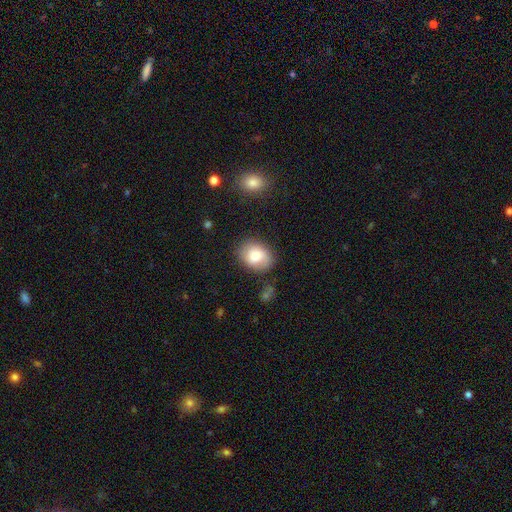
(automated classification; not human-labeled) Morphology: type=smooth (74%); roundness=in between (58%); merging=none (80%).